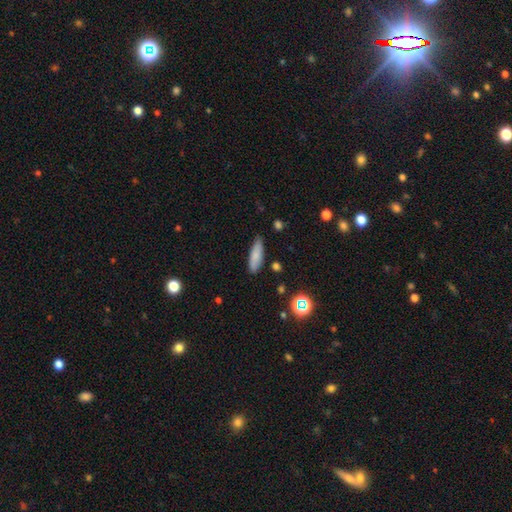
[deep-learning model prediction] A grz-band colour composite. It shows a smooth galaxy with no disk features (81%) that is cigar-shaped (50%). Merging: none (81%).